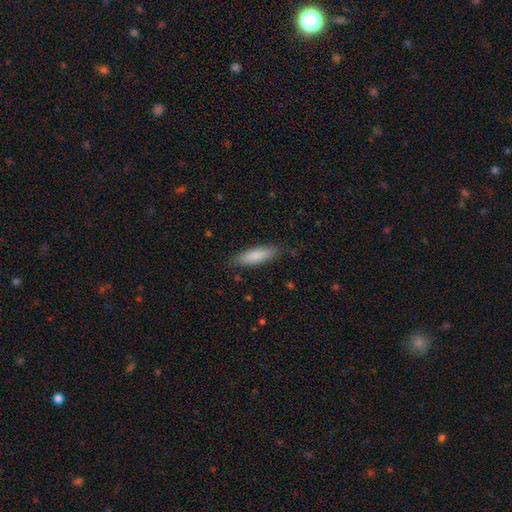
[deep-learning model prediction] Q: Smooth or featured?
A: smooth (84%); runner-up: featured or disk (10%)
Q: How rounded?
A: cigar-shaped (60%); runner-up: in between (38%)
Q: Merging?
A: none (84%); runner-up: minor disturbance (12%)